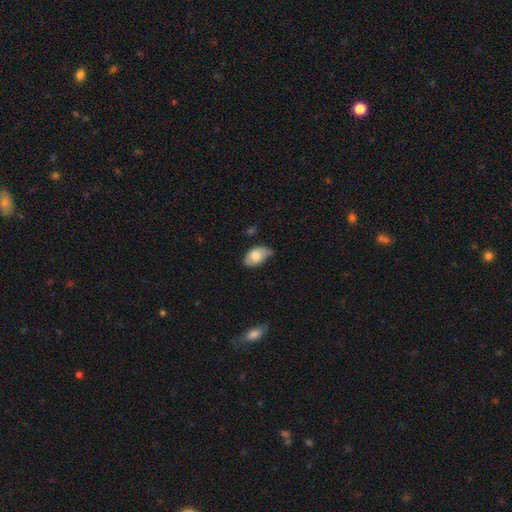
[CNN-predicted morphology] This is likely a smooth galaxy (69%). How rounded: clearly in between (91%). Merging: possibly none (49%).